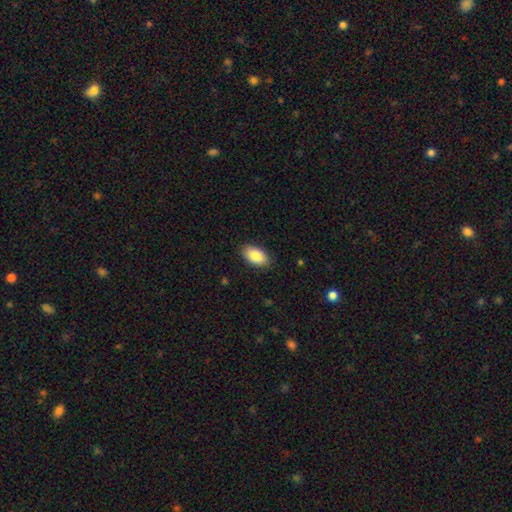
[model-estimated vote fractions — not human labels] Smooth or featured: smooth — 87% (star or artifact — 6%)
How rounded: in between — 94% (round — 4%)
Merging: none — 88% (minor disturbance — 9%)